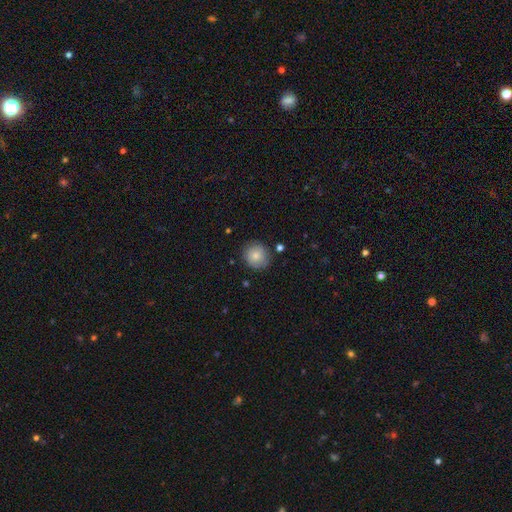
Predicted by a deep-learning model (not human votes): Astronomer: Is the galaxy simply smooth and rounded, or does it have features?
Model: smooth — 81%.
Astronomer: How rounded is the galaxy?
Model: round — 90%.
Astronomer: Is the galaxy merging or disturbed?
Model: none — 84%.